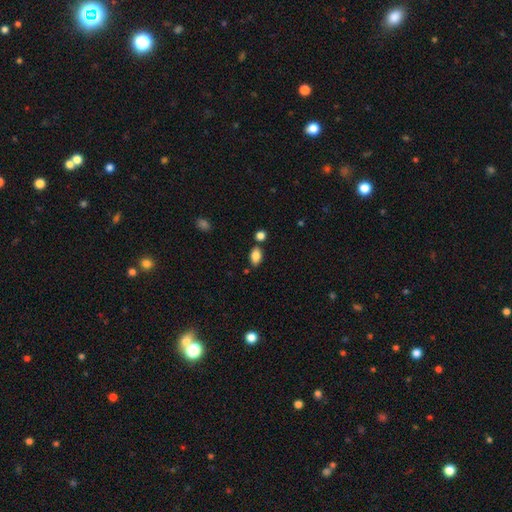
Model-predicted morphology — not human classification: Smooth or featured? Predicted: smooth (p=0.85). How rounded? Predicted: in between (p=0.89). Merging? Predicted: none (p=0.75).